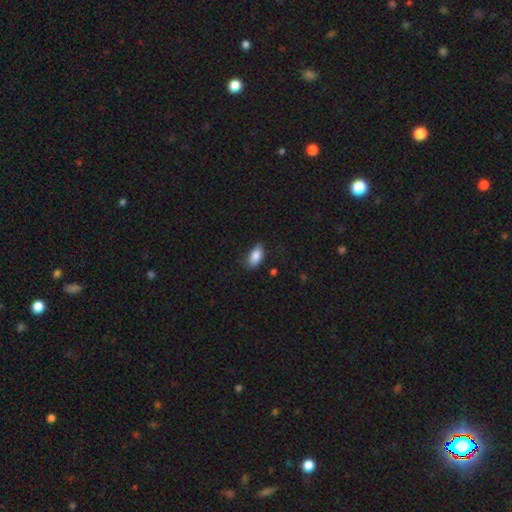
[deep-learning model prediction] Q: Smooth or featured?
A: smooth (85%); runner-up: star or artifact (8%)
Q: How rounded?
A: in between (90%); runner-up: cigar-shaped (5%)
Q: Merging?
A: none (64%); runner-up: minor disturbance (28%)